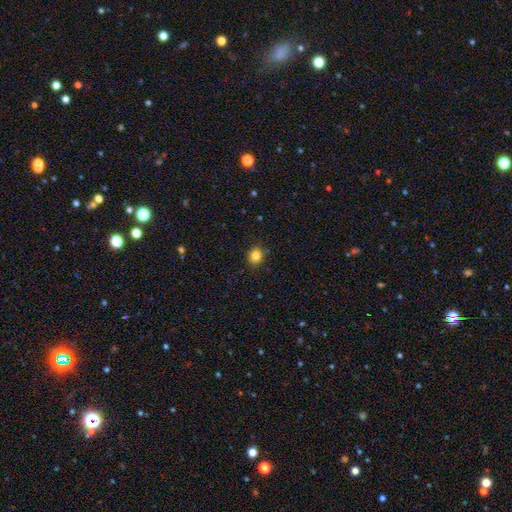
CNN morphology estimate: Q: Smooth or featured?
A: smooth (84%); runner-up: star or artifact (11%)
Q: How rounded?
A: round (77%); runner-up: in between (22%)
Q: Merging?
A: none (86%); runner-up: minor disturbance (10%)